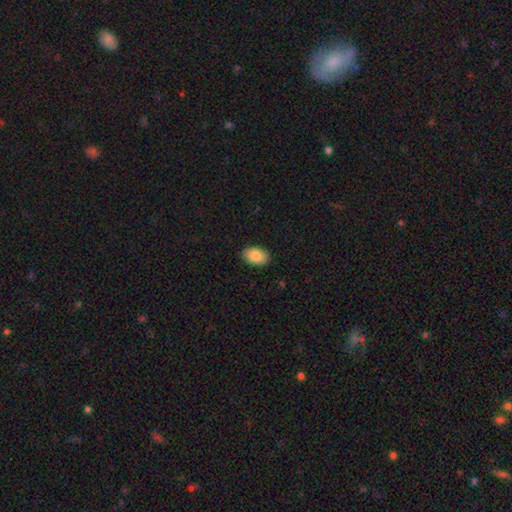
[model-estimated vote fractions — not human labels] Smooth or featured? smooth (86%)
How rounded? in between (90%)
Merging? none (89%)